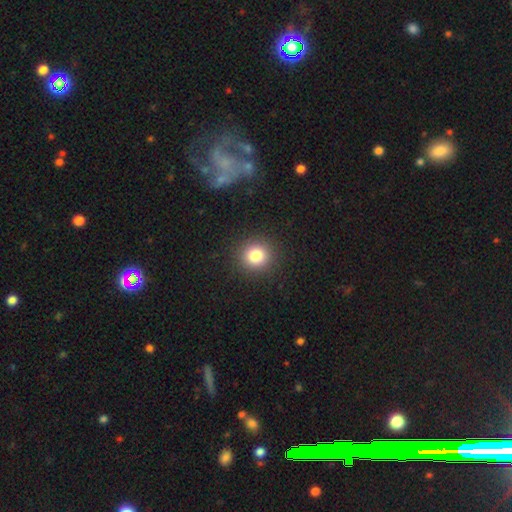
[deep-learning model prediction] A smooth galaxy with no disk features (81%) that is round (90%).

Vote fractions:
- Smooth or featured? smooth: 81% / star or artifact: 12% / featured or disk: 7%
- How rounded? round: 90% / in between: 9% / cigar-shaped: 1%
- Merging? none: 91% / minor disturbance: 6% / major disturbance: 2% / merger: 1%